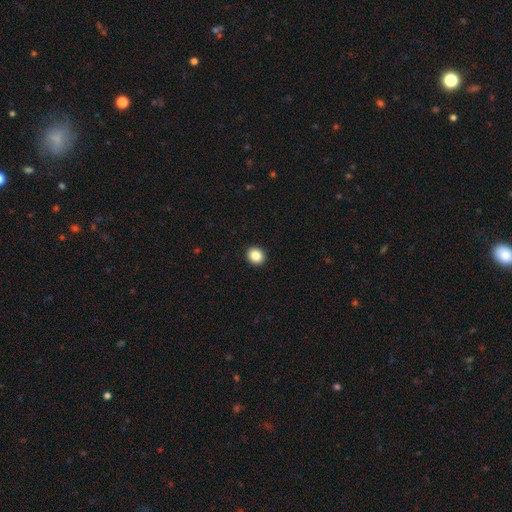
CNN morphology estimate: Smooth or featured? smooth (86%)
How rounded? round (70%)
Merging? none (93%)